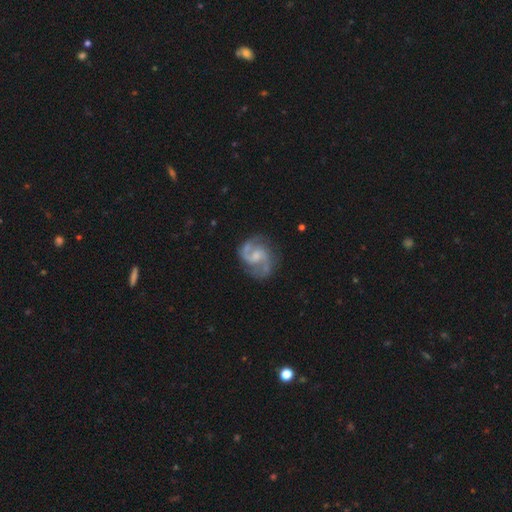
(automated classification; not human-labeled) featured or disk 89%, smooth 6%, star or artifact 5%. Down the decision tree: edge-on disk — no (98%); bar — weak (47%); spiral arms — yes (97%); spiral arm count — 2 (91%); spiral winding — medium (60%); bulge size — small (44%); merging — none (75%).